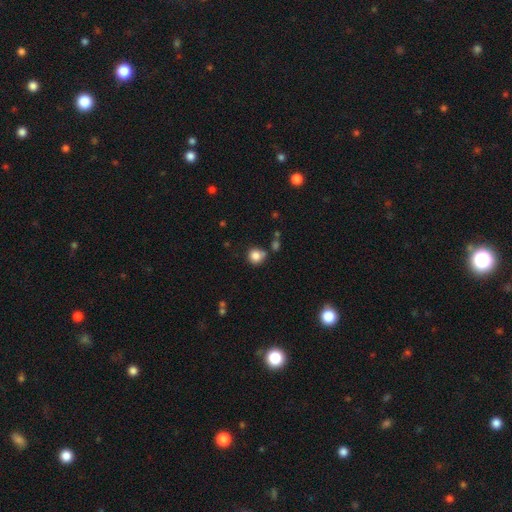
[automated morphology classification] Smooth or featured: smooth — 84% (star or artifact — 10%)
How rounded: round — 88% (in between — 11%)
Merging: none — 68% (minor disturbance — 15%)